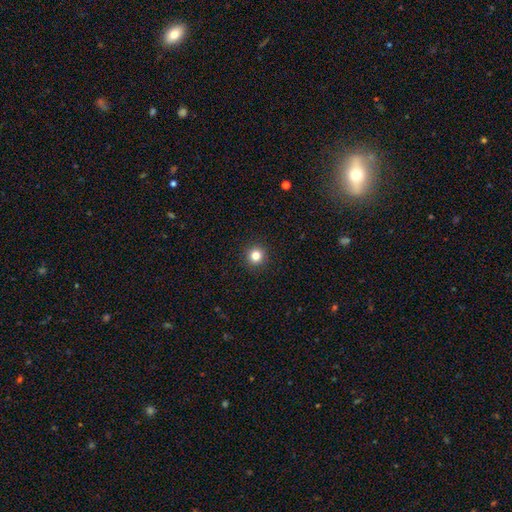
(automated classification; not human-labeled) Morphology: type=smooth (82%); roundness=round (95%); merging=none (93%).